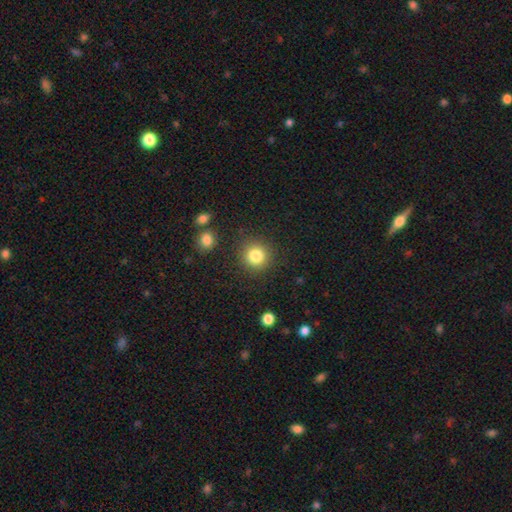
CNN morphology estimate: A smooth galaxy with no disk features (82%) that is round (92%). Merging: none (87%).